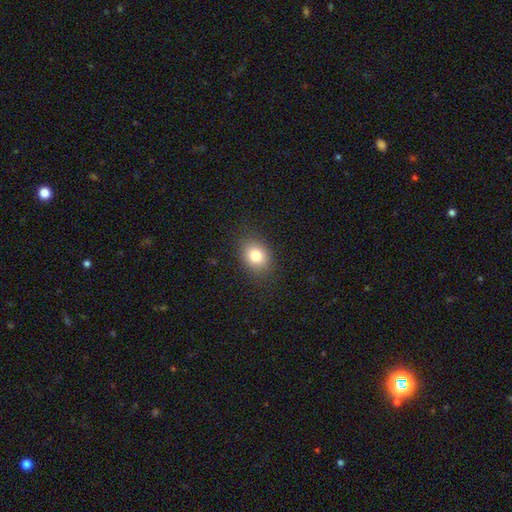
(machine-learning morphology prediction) A smooth galaxy with no disk features (80%) that is round (50%). Merging: none (87%).